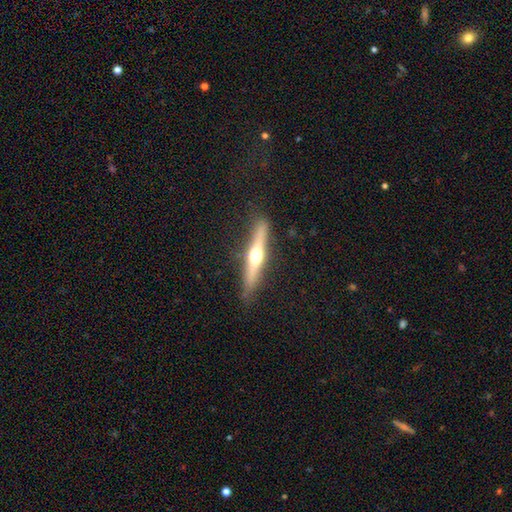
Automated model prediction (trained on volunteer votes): featured or disk 68%, smooth 27%, star or artifact 5%. Down the decision tree: edge-on disk — yes (97%); edge-on bulge — rounded (94%); merging — none (87%).